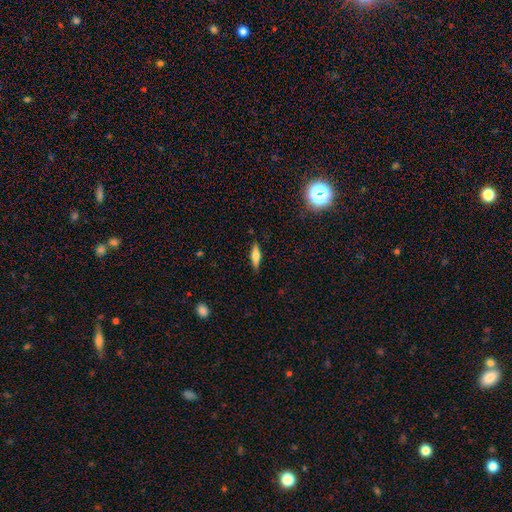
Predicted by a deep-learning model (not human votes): This is possibly a smooth galaxy (58%). How rounded: possibly cigar-shaped (54%). Merging: clearly none (84%).